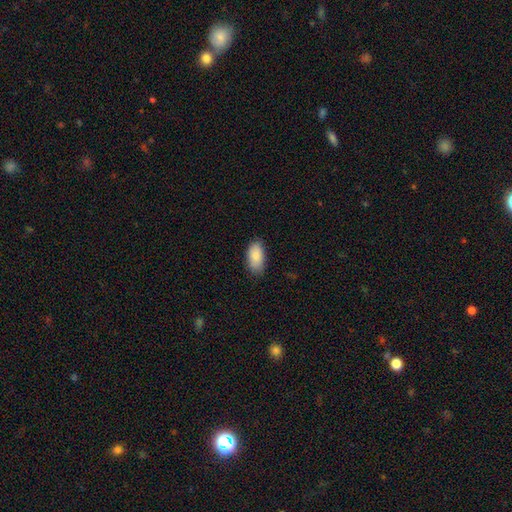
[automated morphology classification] Smooth or featured: smooth — 88% (star or artifact — 6%)
How rounded: in between — 94% (cigar-shaped — 3%)
Merging: none — 82% (minor disturbance — 15%)